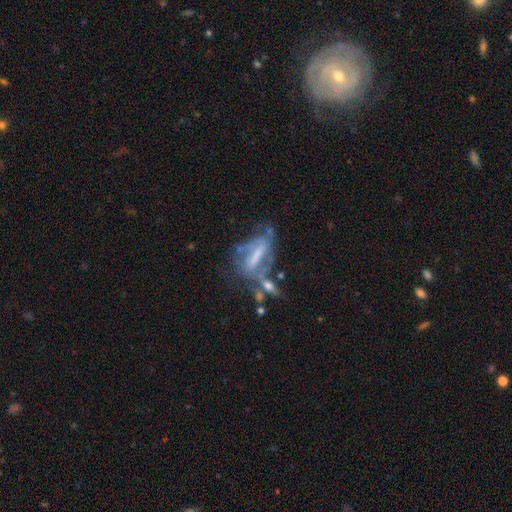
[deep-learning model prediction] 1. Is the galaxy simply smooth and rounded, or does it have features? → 66% featured or disk, 24% smooth, 11% star or artifact.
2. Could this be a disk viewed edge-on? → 85% no, 15% yes.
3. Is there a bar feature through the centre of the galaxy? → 51% strong, 27% weak, 22% no.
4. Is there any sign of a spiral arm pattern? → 53% yes, 47% no.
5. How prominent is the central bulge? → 40% none, 26% small, 25% moderate, 7% large, 2% dominant.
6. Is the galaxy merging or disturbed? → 30% none, 28% major disturbance, 23% merger, 19% minor disturbance.